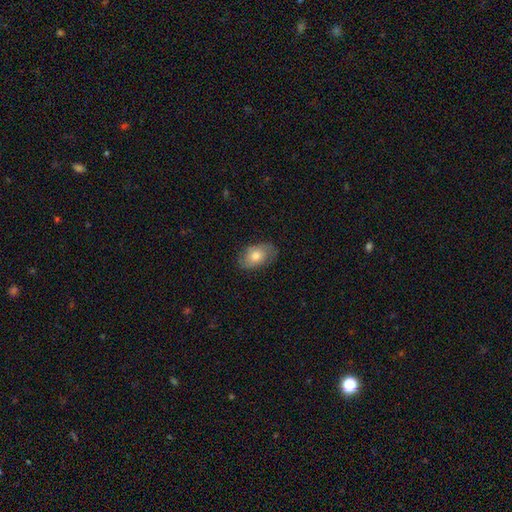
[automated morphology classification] smooth 60%, featured or disk 33%, star or artifact 7%. Down the decision tree: how rounded — in between (88%); merging — none (77%).